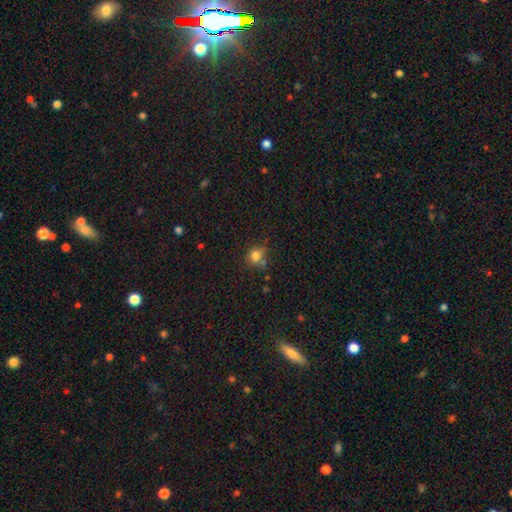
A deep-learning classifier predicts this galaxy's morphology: type=smooth (78%); roundness=round (76%); merging=none (57%).